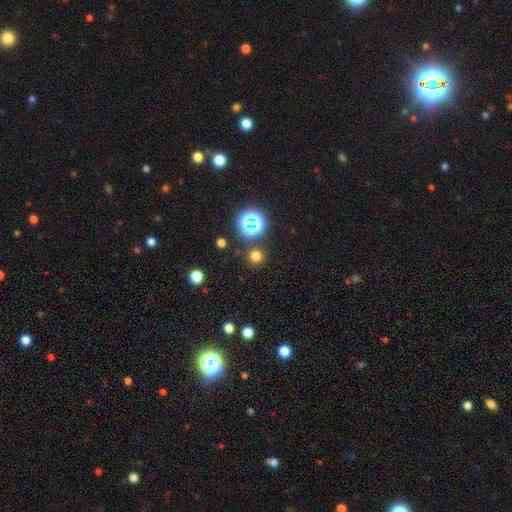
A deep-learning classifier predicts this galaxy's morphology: Overall: smooth (68%). How rounded: round (94%). Merging: none (86%).